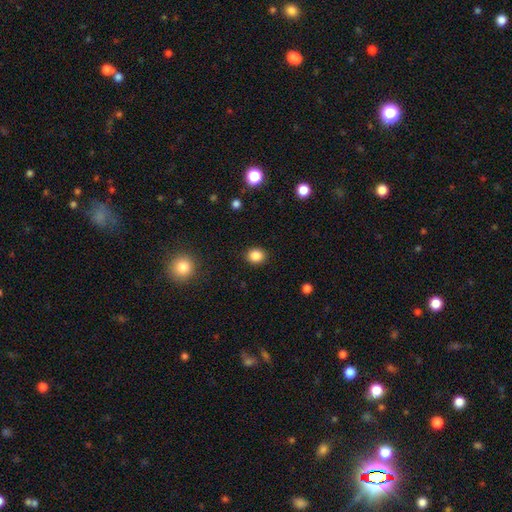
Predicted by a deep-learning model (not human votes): Q: Smooth or featured?
A: smooth (86%); runner-up: star or artifact (10%)
Q: How rounded?
A: round (68%); runner-up: in between (31%)
Q: Merging?
A: none (90%); runner-up: minor disturbance (7%)